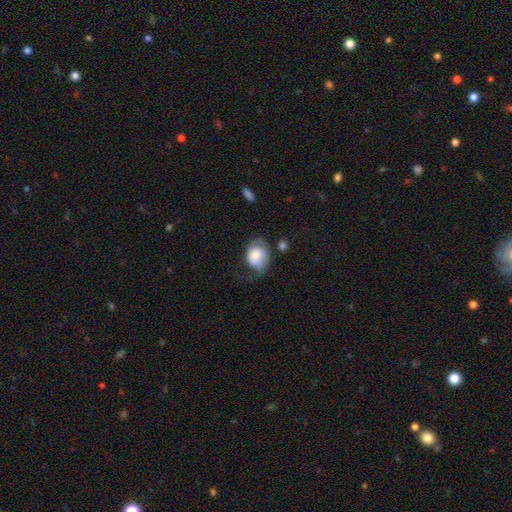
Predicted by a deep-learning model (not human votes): This appears to be a smooth galaxy with no disk features (70%) that is in between round and cigar-shaped (50%). Merging: none (35%).